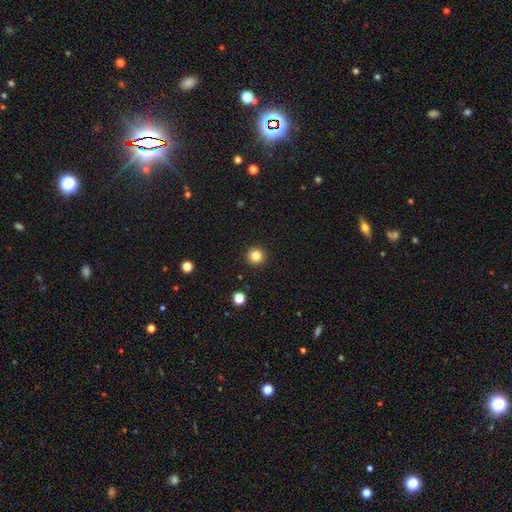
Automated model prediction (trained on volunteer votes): Overall: smooth (84%). How rounded: round (94%). Merging: none (93%).